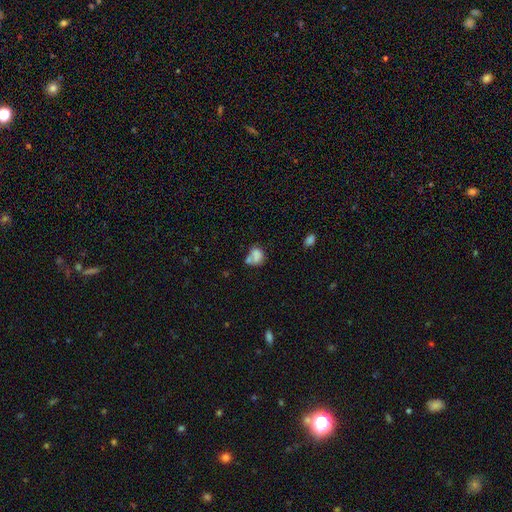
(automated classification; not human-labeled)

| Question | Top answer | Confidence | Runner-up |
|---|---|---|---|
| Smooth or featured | smooth | 71% | featured or disk (18%) |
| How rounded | in between | 53% | round (46%) |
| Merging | merger | 46% | none (28%) |